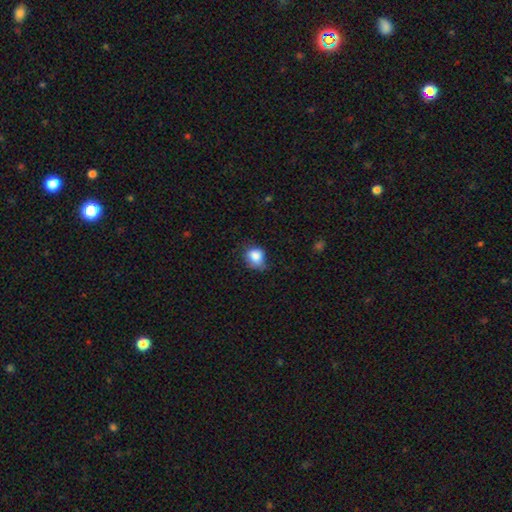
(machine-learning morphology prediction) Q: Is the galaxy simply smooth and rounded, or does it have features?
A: smooth — 84%.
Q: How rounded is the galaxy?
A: round — 54%.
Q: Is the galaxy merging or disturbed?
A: none — 43%.